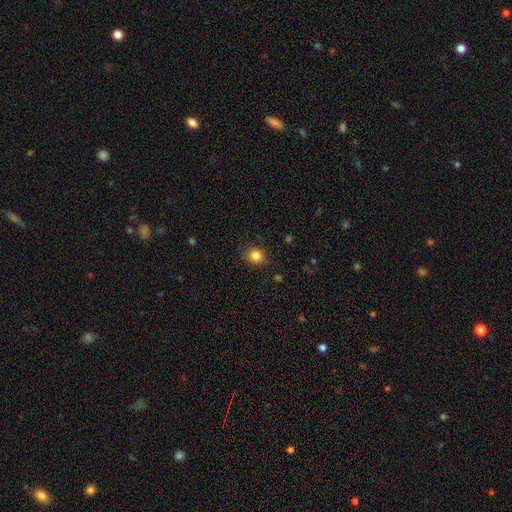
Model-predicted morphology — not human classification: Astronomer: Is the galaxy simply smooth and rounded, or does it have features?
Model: smooth — 84%.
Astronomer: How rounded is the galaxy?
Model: round — 78%.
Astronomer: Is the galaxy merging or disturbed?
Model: none — 84%.